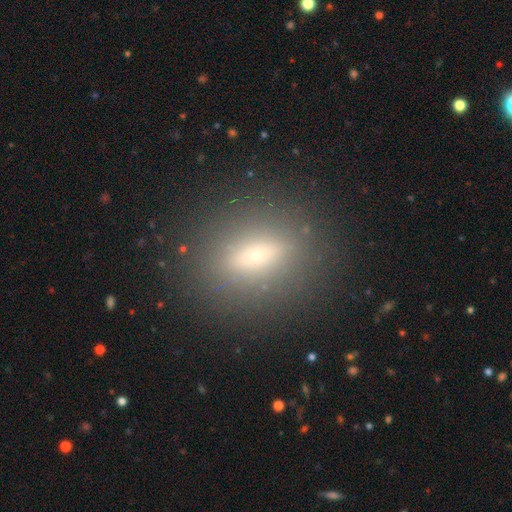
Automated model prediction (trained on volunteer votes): A smooth galaxy with no disk features (56%) that is in between round and cigar-shaped (54%). Merging: none (85%).